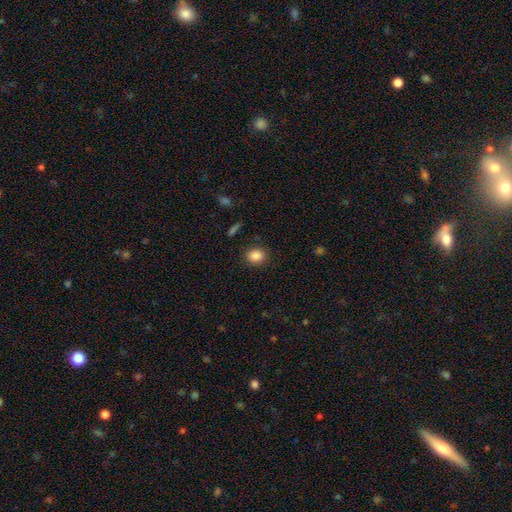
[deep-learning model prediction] Overall: smooth (86%). How rounded: round (62%; in between 37%). Merging: none (87%).